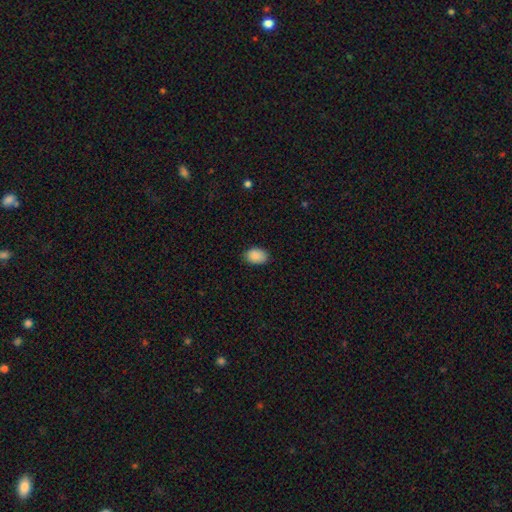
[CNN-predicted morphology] Smooth or featured? smooth (89%)
How rounded? in between (80%)
Merging? none (84%)